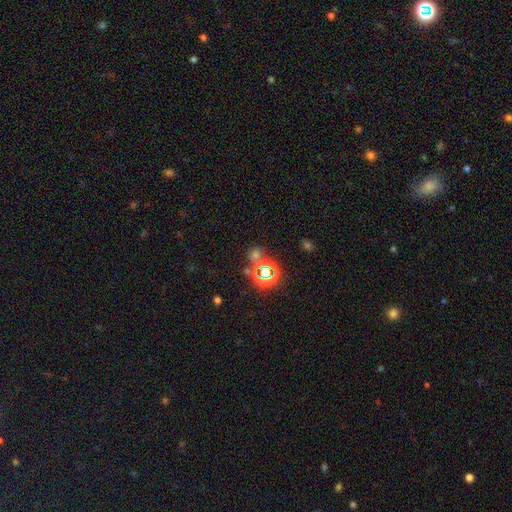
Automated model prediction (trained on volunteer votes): A star or artifact, not a galaxy (64%).

Vote fractions:
- Smooth or featured? star or artifact: 64% / smooth: 27% / featured or disk: 9%